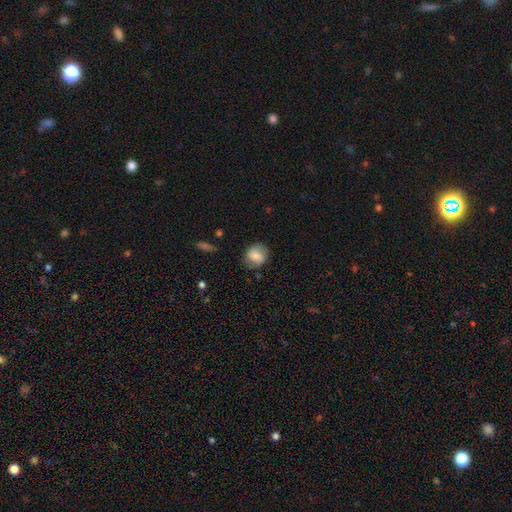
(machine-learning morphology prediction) A smooth galaxy with no disk features (73%) that is round (70%).

Vote fractions:
- Smooth or featured? smooth: 73% / featured or disk: 19% / star or artifact: 8%
- How rounded? round: 70% / in between: 29% / cigar-shaped: 1%
- Merging? none: 75% / minor disturbance: 18% / major disturbance: 5% / merger: 1%